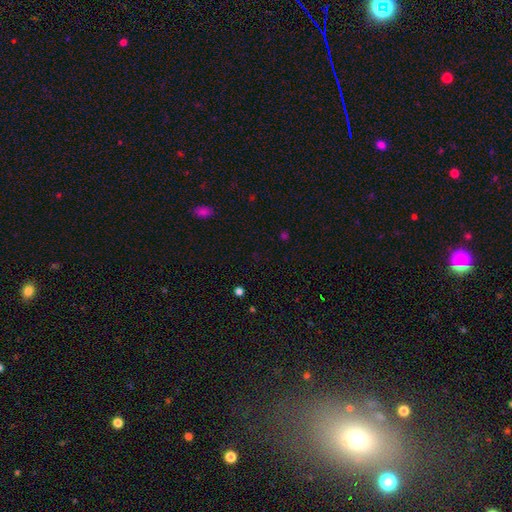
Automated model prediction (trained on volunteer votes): smooth_or_featured: star or artifact (p=0.53) [alt: smooth p=0.41]